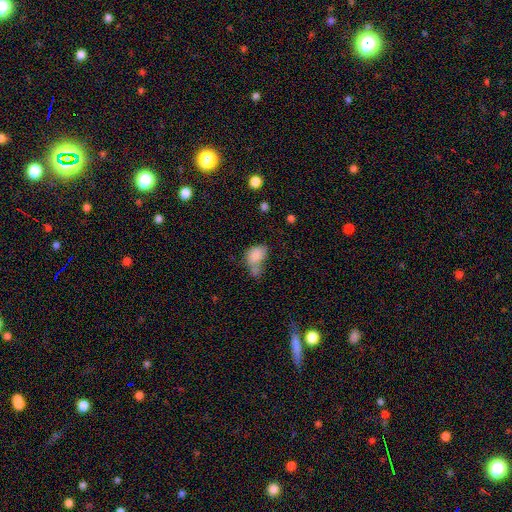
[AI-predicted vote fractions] smooth_or_featured: smooth (p=0.82) [alt: star or artifact p=0.09]
how_rounded: in between (p=0.79) [alt: round p=0.19]
merging: merger (p=0.44) [alt: none p=0.26]